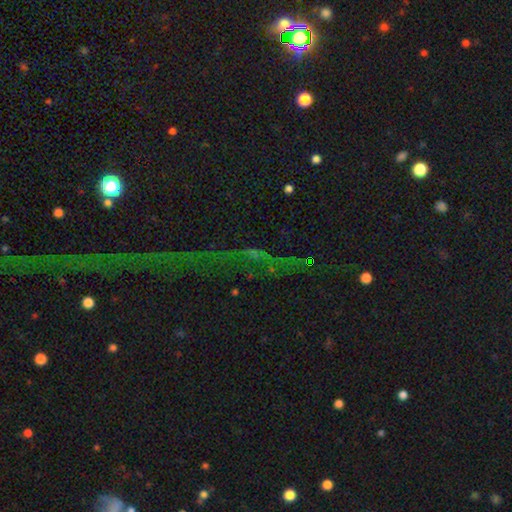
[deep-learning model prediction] smooth_or_featured: star or artifact (p=0.82) [alt: featured or disk p=0.09]